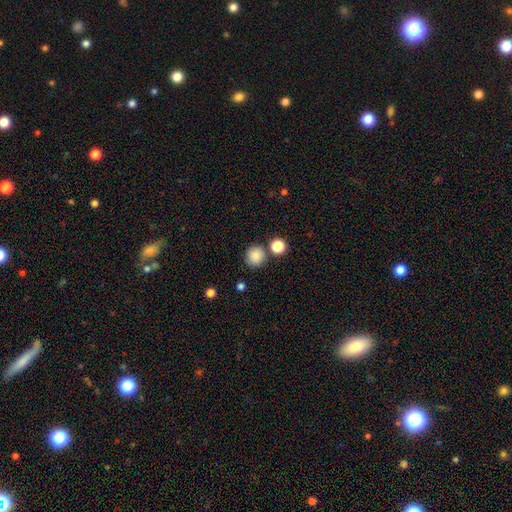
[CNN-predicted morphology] smooth_or_featured: smooth (p=0.85) [alt: star or artifact p=0.10]
how_rounded: round (p=0.91) [alt: in between p=0.08]
merging: none (p=0.80) [alt: merger p=0.09]